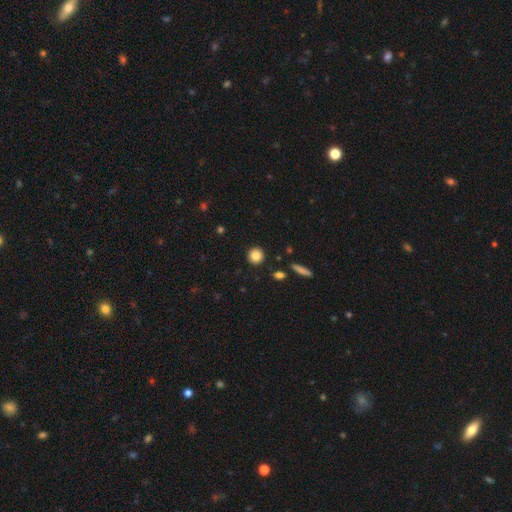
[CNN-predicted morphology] Smooth or featured? Predicted: smooth (p=0.84). How rounded? Predicted: round (p=0.94). Merging? Predicted: none (p=0.92).